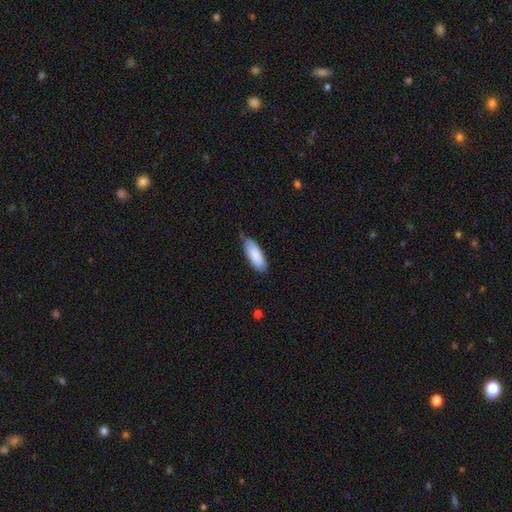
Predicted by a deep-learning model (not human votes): Overall: smooth (87%). How rounded: in between (76%). Merging: none (66%; minor disturbance 28%).